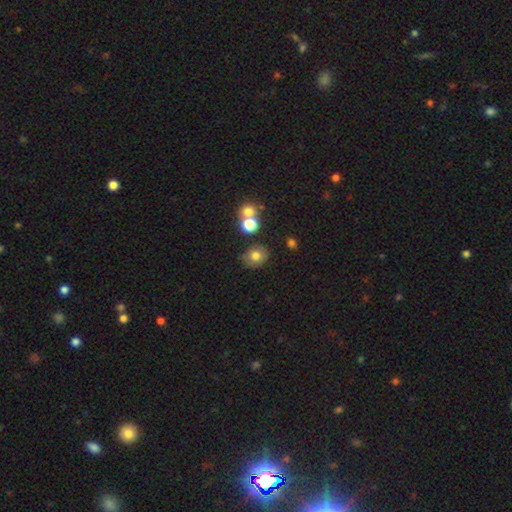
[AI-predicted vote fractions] Smooth or featured? Predicted: smooth (p=0.75). How rounded? Predicted: round (p=0.58). Merging? Predicted: none (p=0.69).